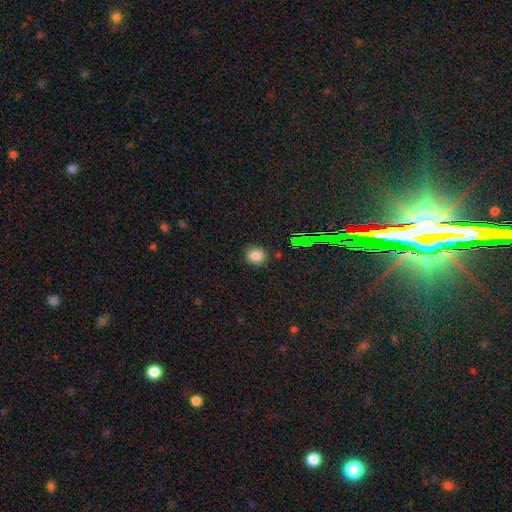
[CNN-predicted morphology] Q: Smooth or featured?
A: smooth (81%); runner-up: star or artifact (13%)
Q: How rounded?
A: round (76%); runner-up: in between (23%)
Q: Merging?
A: none (84%); runner-up: minor disturbance (11%)